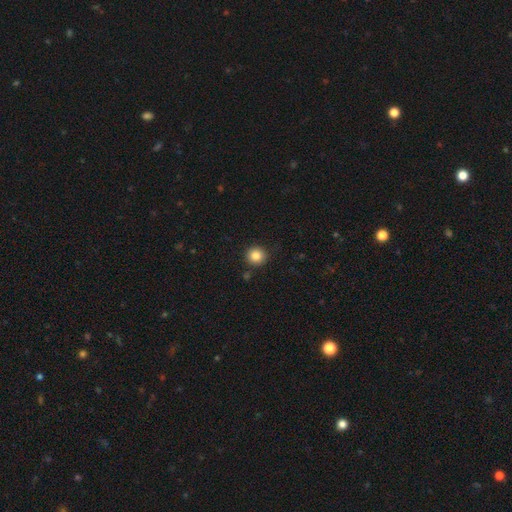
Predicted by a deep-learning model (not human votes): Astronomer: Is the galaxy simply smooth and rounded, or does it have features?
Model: smooth — 84%.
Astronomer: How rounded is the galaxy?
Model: round — 93%.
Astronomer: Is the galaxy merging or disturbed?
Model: none — 89%.